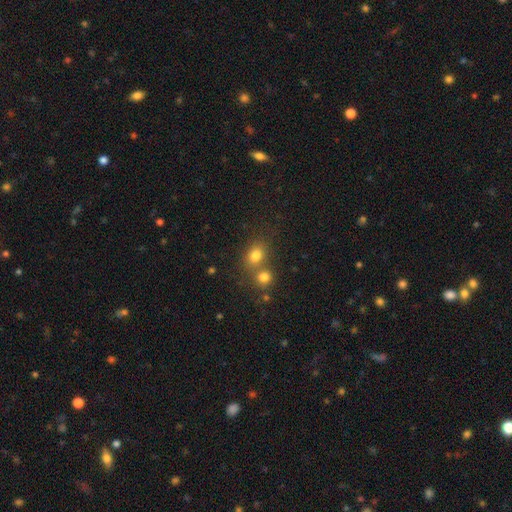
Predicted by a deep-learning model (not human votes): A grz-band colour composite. It shows a smooth galaxy with no disk features (77%) that is round (54%). Merging: none (50%).